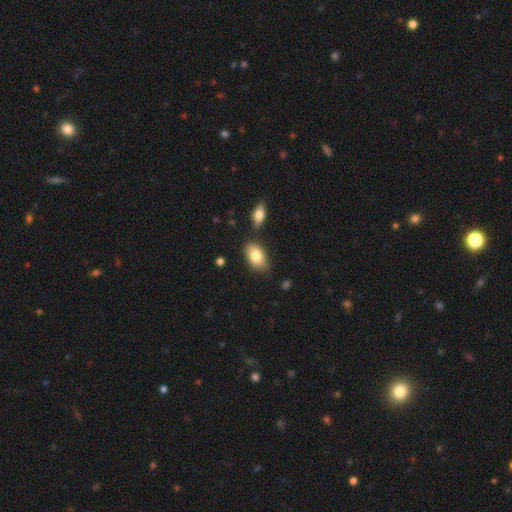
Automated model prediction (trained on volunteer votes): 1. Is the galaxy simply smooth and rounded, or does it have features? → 80% smooth, 13% featured or disk, 7% star or artifact.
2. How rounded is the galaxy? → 92% in between, 6% round, 2% cigar-shaped.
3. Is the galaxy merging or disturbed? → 78% none, 13% minor disturbance, 7% merger, 3% major disturbance.